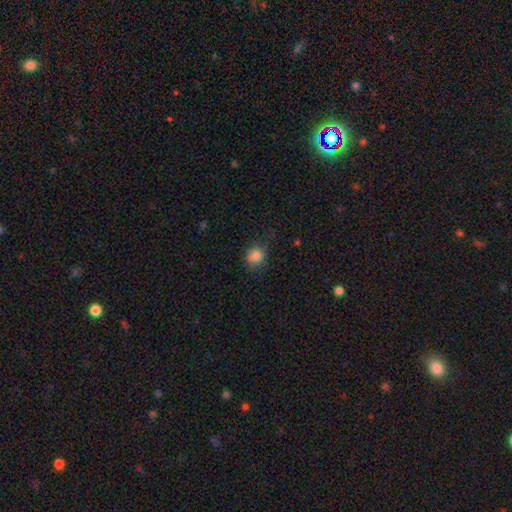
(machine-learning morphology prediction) smooth_or_featured: smooth (p=0.82) [alt: star or artifact p=0.11]
how_rounded: round (p=0.77) [alt: in between p=0.22]
merging: none (p=0.71) [alt: minor disturbance p=0.21]